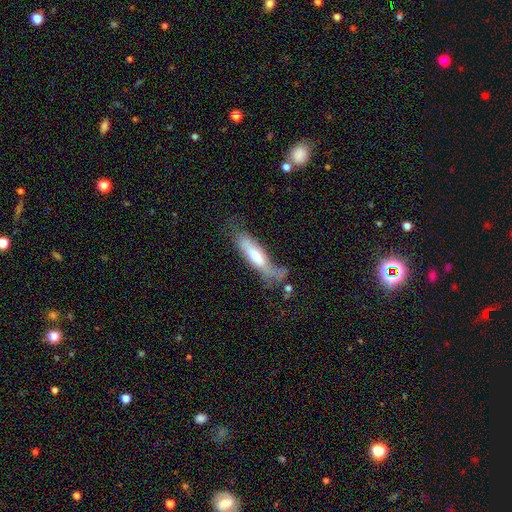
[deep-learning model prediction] The model was most divided on "smooth or featured": smooth: 48%, featured or disk: 44%, star or artifact: 8%. Remaining: merging — none (38%).